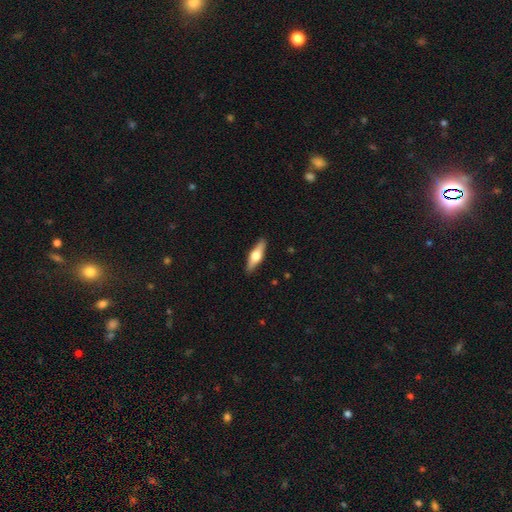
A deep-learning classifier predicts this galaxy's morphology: Smooth or featured? Predicted: featured or disk (p=0.52). Edge-on disk? Predicted: yes (p=0.93). Merging? Predicted: none (p=0.90).